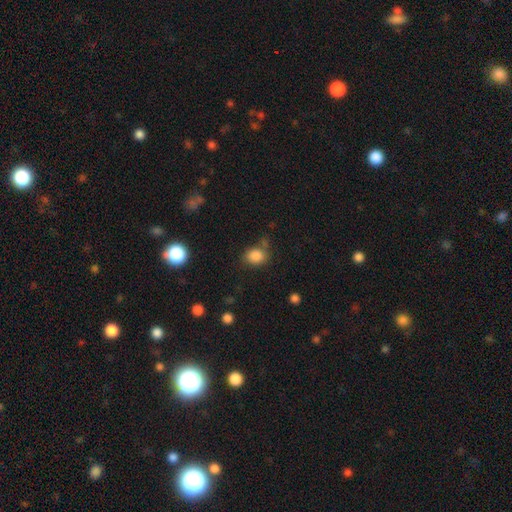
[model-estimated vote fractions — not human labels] smooth_or_featured: smooth (p=0.85) [alt: star or artifact p=0.11]
how_rounded: in between (p=0.53) [alt: round p=0.46]
merging: none (p=0.67) [alt: minor disturbance p=0.18]